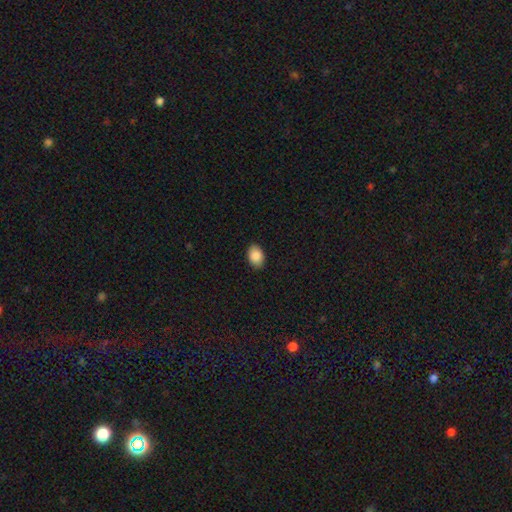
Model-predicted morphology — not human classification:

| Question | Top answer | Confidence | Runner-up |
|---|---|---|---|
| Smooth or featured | smooth | 89% | star or artifact (7%) |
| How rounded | in between | 84% | round (15%) |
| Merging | none | 90% | minor disturbance (8%) |